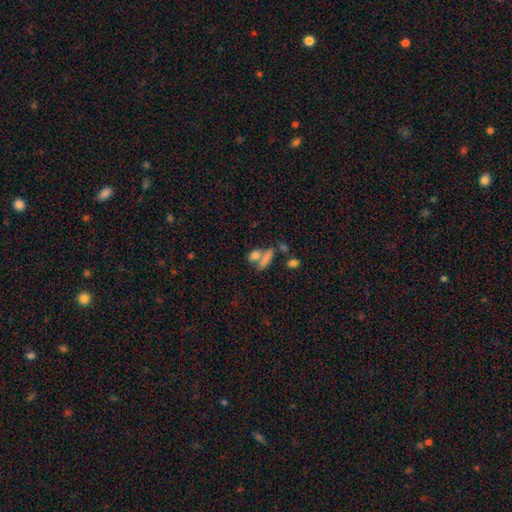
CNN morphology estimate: Smooth or featured: smooth — 74% (featured or disk — 14%)
How rounded: in between — 62% (round — 20%)
Merging: merger — 43% (none — 39%)